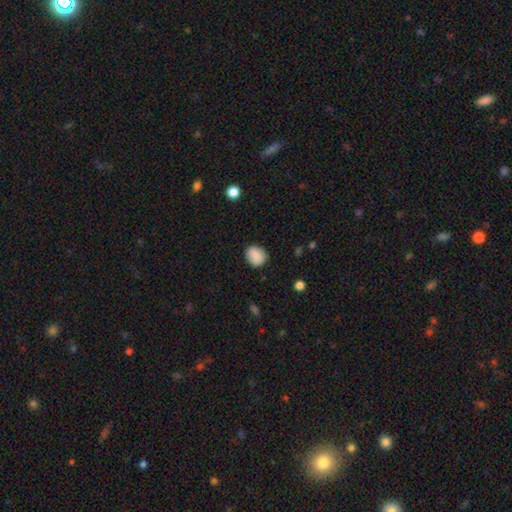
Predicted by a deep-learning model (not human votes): A smooth galaxy with no disk features (87%) that is round (65%). Merging: none (83%).